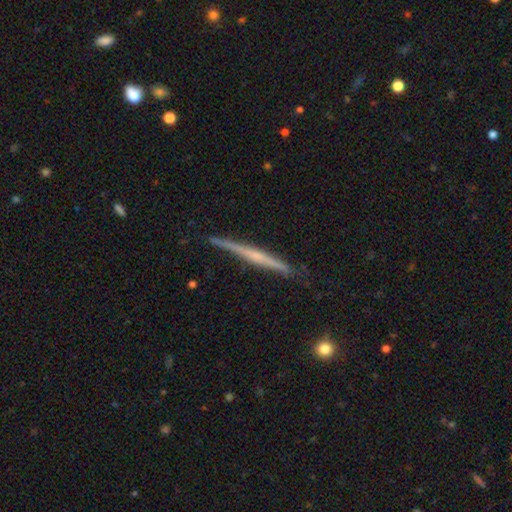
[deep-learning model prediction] This is likely a featured or disk galaxy (69%). It is clearly viewed edge-on (98%). Edge-on bulge: possibly none (45%, tied with rounded). Merging: clearly none (86%).